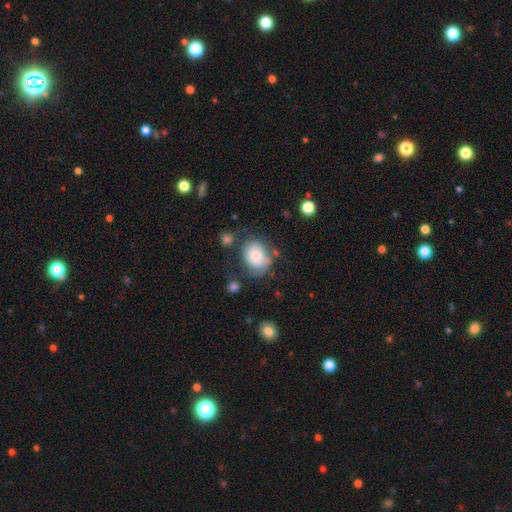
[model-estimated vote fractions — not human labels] Q: Smooth or featured?
A: smooth (72%); runner-up: featured or disk (19%)
Q: How rounded?
A: in between (51%); runner-up: round (49%)
Q: Merging?
A: none (53%); runner-up: minor disturbance (25%)